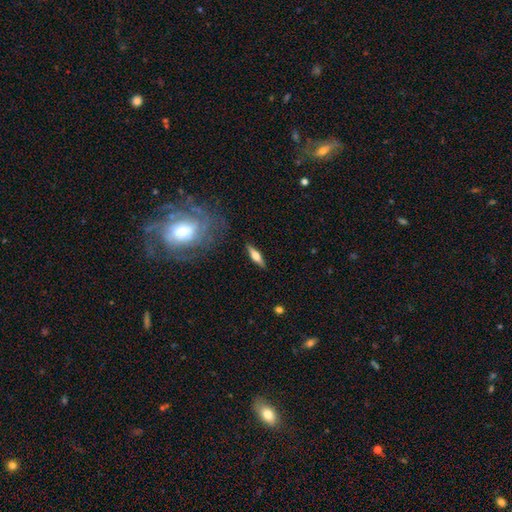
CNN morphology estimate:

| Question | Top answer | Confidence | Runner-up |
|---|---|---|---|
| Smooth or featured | featured or disk | 52% | smooth (41%) |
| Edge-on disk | yes | 92% | no (8%) |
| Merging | none | 87% | minor disturbance (9%) |